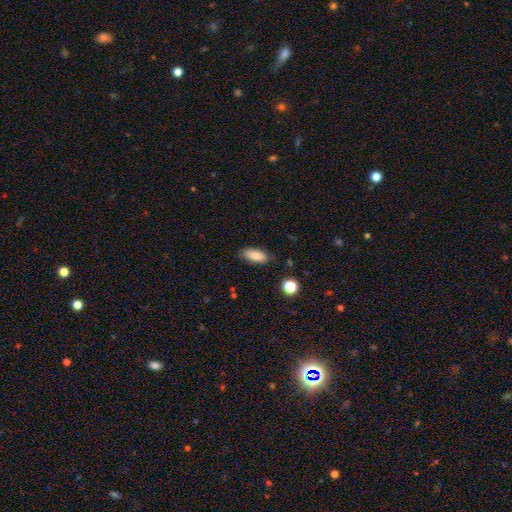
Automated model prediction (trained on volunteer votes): A smooth galaxy with no disk features (86%) that is in between round and cigar-shaped (83%).

Vote fractions:
- Smooth or featured? smooth: 86% / star or artifact: 8% / featured or disk: 7%
- How rounded? in between: 83% / cigar-shaped: 14% / round: 3%
- Merging? none: 82% / minor disturbance: 13% / major disturbance: 3% / merger: 2%